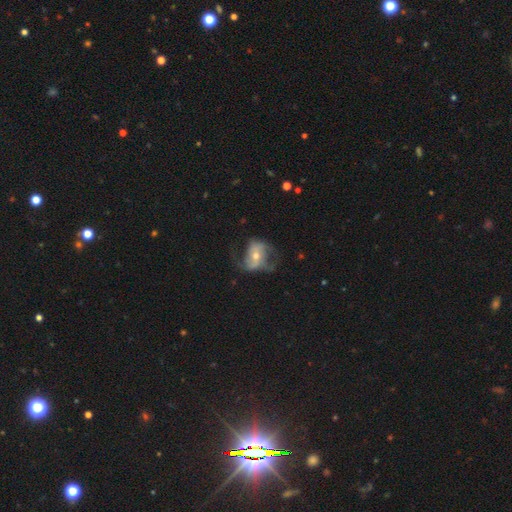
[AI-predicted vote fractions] Smooth or featured?
  - featured or disk: 68% *
  - smooth: 24%
  - star or artifact: 8%
Edge-on disk?
  - no: 96% *
  - yes: 4%
Bar?
  - no: 46% *
  - weak: 32%
  - strong: 22%
Spiral arms?
  - yes: 81% *
  - no: 19%
Spiral winding?
  - loose: 53% *
  - medium: 36%
  - tight: 11%
Spiral arm count?
  - 2: 80% *
  - can't tell: 10%
  - 1: 5%
  - 3: 3%
  - 4: 1%
  - more than 4: 1%
Bulge size?
  - moderate: 52% *
  - small: 42%
  - large: 3%
  - none: 1%
  - dominant: 1%
Merging?
  - none: 49% *
  - major disturbance: 27%
  - minor disturbance: 23%
  - merger: 2%